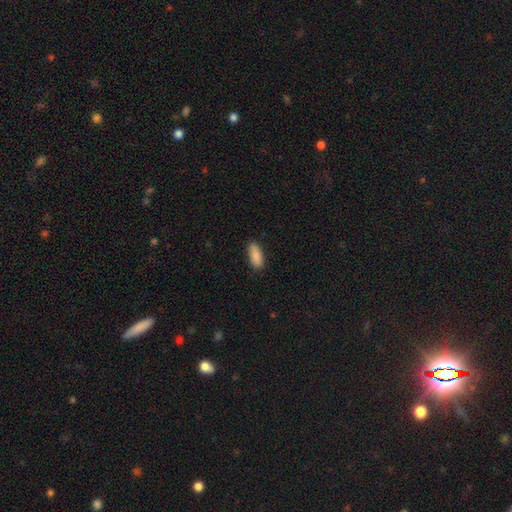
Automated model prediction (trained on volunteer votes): This is clearly a smooth galaxy (88%). How rounded: likely in between (75%). Merging: clearly none (85%).